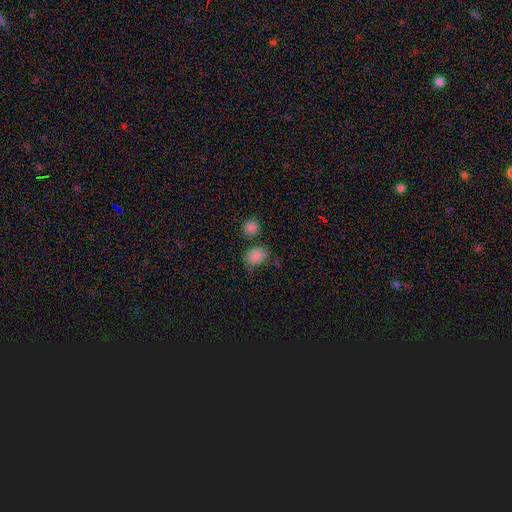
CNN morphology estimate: smooth-or-featured: smooth: 83% | star or artifact: 11% | featured or disk: 5%
  how-rounded: in between: 59% | round: 40% | cigar-shaped: 1%
  merging: none: 61% | minor disturbance: 21% | merger: 11% | major disturbance: 7%